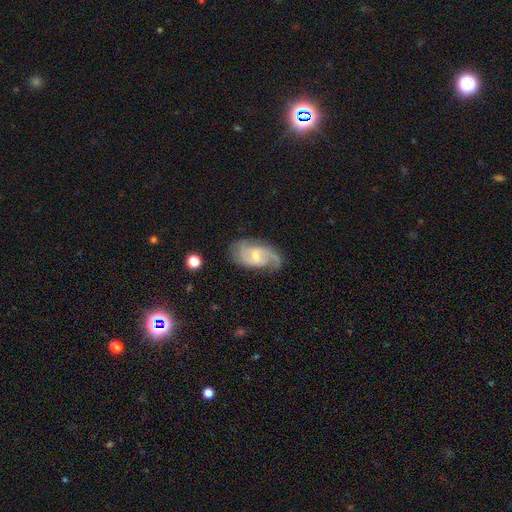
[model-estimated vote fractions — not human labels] smooth_or_featured: featured or disk (p=0.76) [alt: smooth p=0.18]
disk_edge_on: no (p=0.96) [alt: yes p=0.04]
bar: weak (p=0.51) [alt: no p=0.38]
has_spiral_arms: yes (p=0.93) [alt: no p=0.07]
spiral_winding: medium (p=0.47) [alt: loose p=0.28]
spiral_arm_count: 2 (p=0.60) [alt: can't tell p=0.16]
bulge_size: small (p=0.55) [alt: moderate p=0.39]
merging: none (p=0.63) [alt: minor disturbance p=0.24]